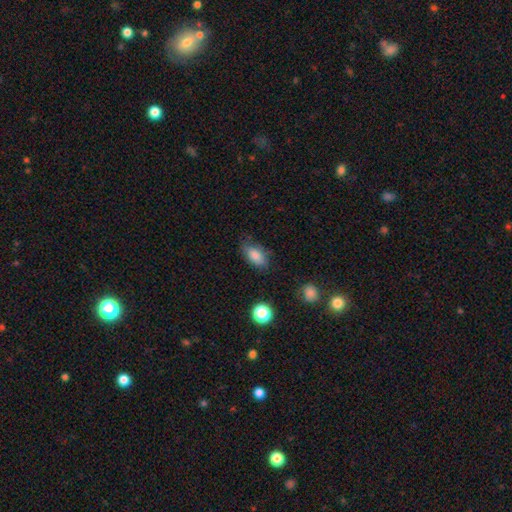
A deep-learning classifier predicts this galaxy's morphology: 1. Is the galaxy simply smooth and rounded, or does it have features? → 82% smooth, 9% featured or disk, 9% star or artifact.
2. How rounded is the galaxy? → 88% in between, 7% cigar-shaped, 5% round.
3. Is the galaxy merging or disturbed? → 70% none, 22% minor disturbance, 6% major disturbance, 2% merger.